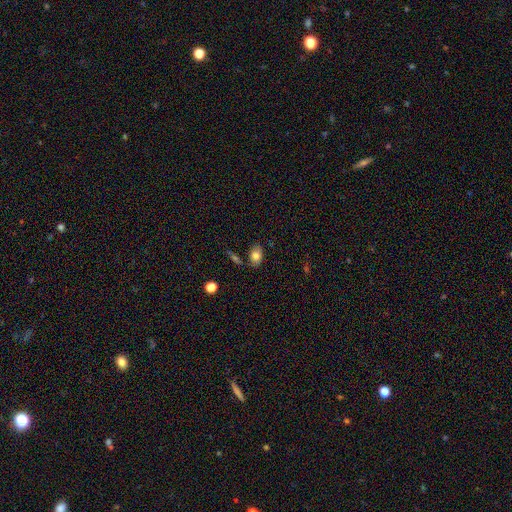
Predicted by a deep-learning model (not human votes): A smooth galaxy with no disk features (79%) that is in between round and cigar-shaped (87%). Merging: none (71%).